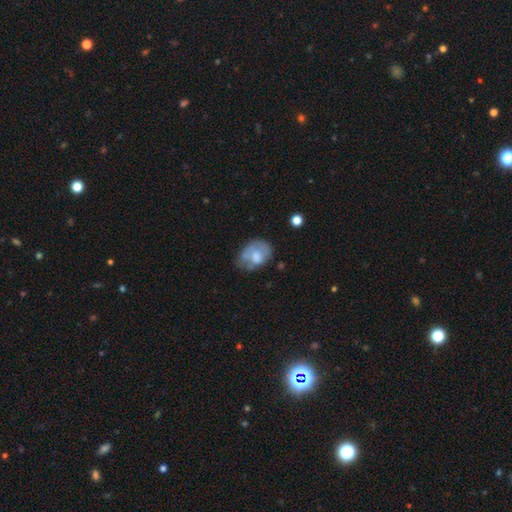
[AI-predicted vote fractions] Q: Smooth or featured?
A: smooth (57%); runner-up: featured or disk (35%)
Q: How rounded?
A: in between (70%); runner-up: round (29%)
Q: Merging?
A: none (40%); runner-up: minor disturbance (32%)